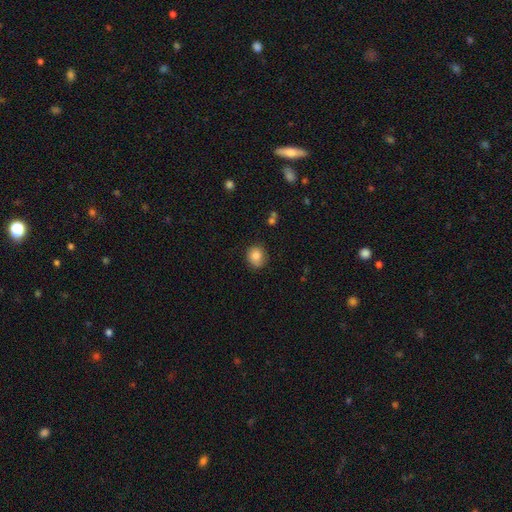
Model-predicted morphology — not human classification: Smooth or featured?
  - smooth: 83% *
  - star or artifact: 9%
  - featured or disk: 8%
How rounded?
  - round: 74% *
  - in between: 25%
  - cigar-shaped: 1%
Merging?
  - none: 82% *
  - minor disturbance: 14%
  - major disturbance: 3%
  - merger: 1%